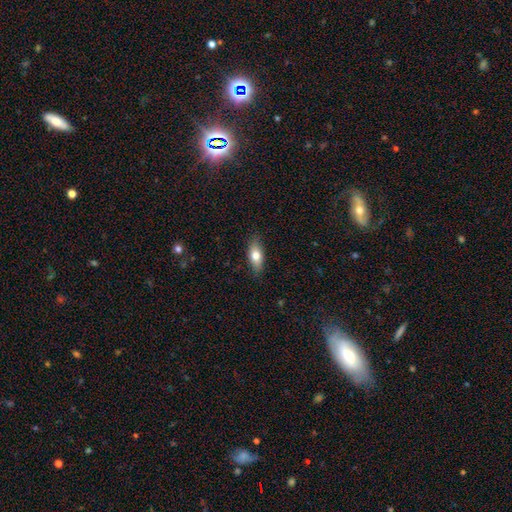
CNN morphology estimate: Smooth or featured: smooth — 74% (featured or disk — 19%)
How rounded: in between — 80% (cigar-shaped — 16%)
Merging: none — 85% (minor disturbance — 12%)